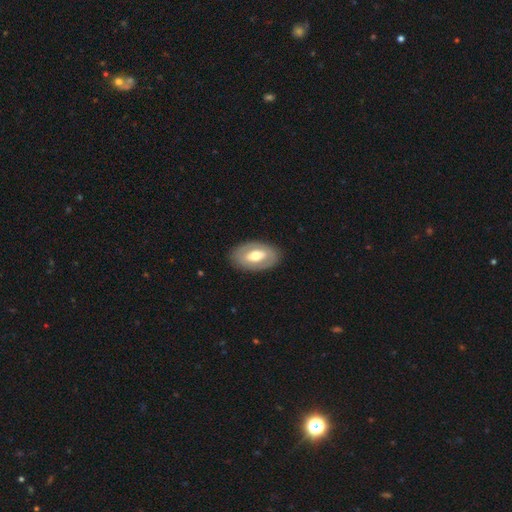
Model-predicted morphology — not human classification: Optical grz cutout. It shows a featured or disk galaxy (52%). Merging: none (85%).